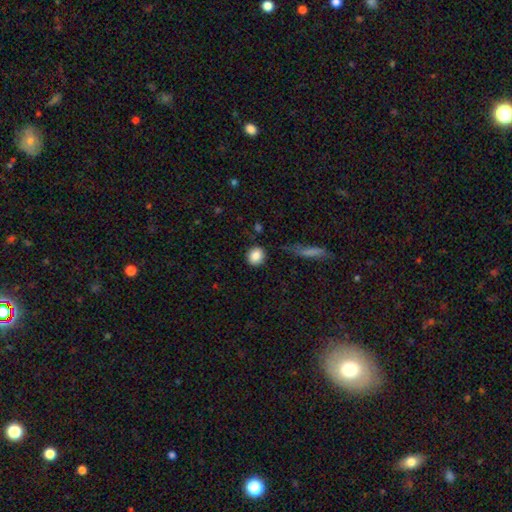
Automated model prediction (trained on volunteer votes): A smooth galaxy with no disk features (86%) that is round (77%).

Vote fractions:
- Smooth or featured? smooth: 86% / star or artifact: 8% / featured or disk: 6%
- How rounded? round: 77% / in between: 21% / cigar-shaped: 1%
- Merging? none: 85% / minor disturbance: 10% / major disturbance: 3% / merger: 3%